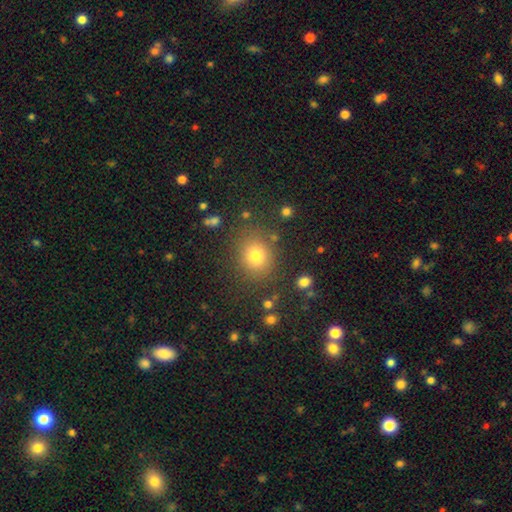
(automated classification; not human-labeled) A smooth galaxy with no disk features (77%) that is round (68%).

Vote fractions:
- Smooth or featured? smooth: 77% / star or artifact: 16% / featured or disk: 7%
- How rounded? round: 68% / in between: 31% / cigar-shaped: 1%
- Merging? none: 83% / minor disturbance: 10% / major disturbance: 4% / merger: 3%